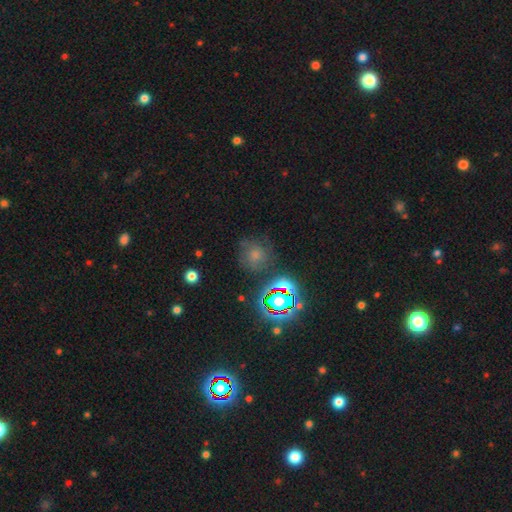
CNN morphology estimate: This appears to be a smooth galaxy with no disk features (48%). Merging: none (70%).